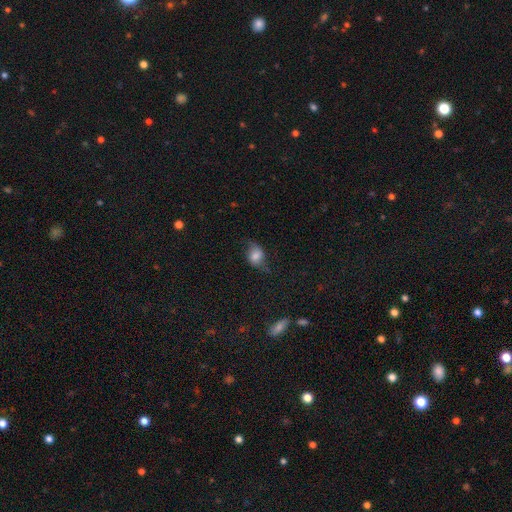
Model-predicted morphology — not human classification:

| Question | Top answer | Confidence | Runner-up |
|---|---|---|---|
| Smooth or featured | smooth | 62% | featured or disk (27%) |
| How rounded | in between | 65% | round (33%) |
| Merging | none | 57% | minor disturbance (27%) |